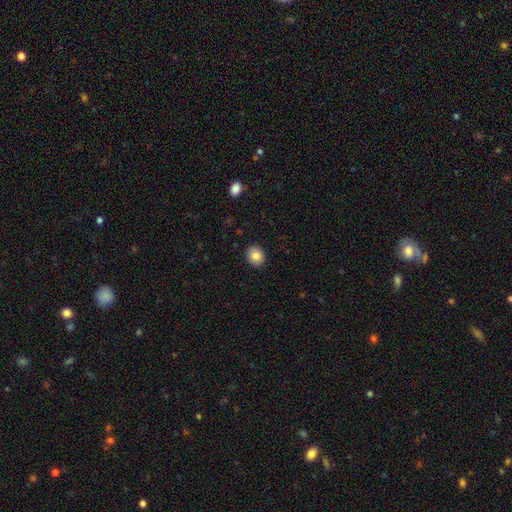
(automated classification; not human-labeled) Smooth or featured: smooth — 83% (star or artifact — 9%)
How rounded: round — 72% (in between — 27%)
Merging: none — 91% (minor disturbance — 6%)